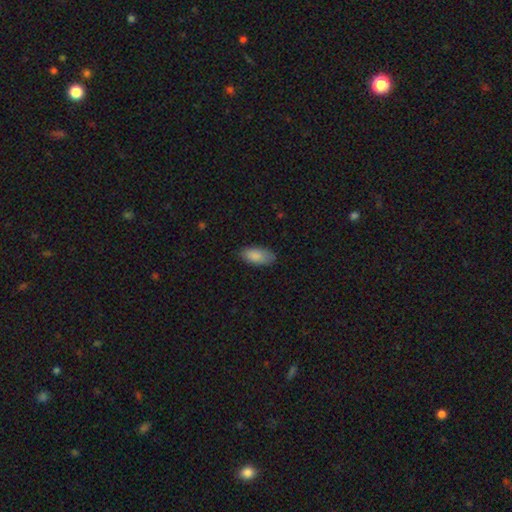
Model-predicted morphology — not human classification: Smooth or featured?
  - smooth: 87% *
  - featured or disk: 6%
  - star or artifact: 6%
How rounded?
  - in between: 91% *
  - cigar-shaped: 7%
  - round: 2%
Merging?
  - none: 81% *
  - minor disturbance: 15%
  - major disturbance: 3%
  - merger: 1%